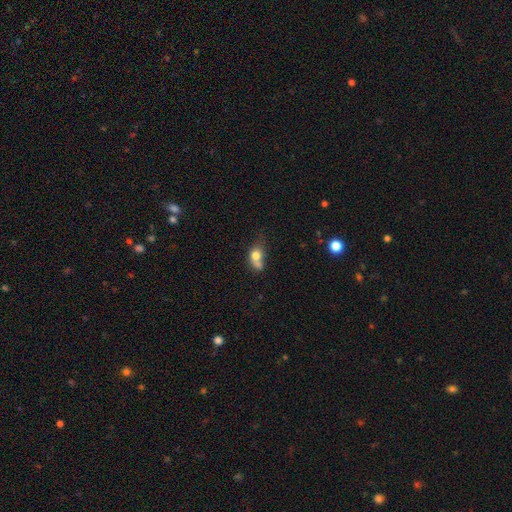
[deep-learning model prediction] This appears to be a smooth galaxy with no disk features (73%) that is in between round and cigar-shaped (59%). Merging: merger (33%).